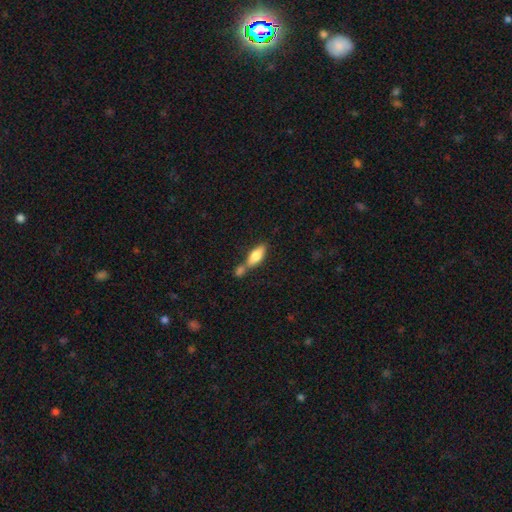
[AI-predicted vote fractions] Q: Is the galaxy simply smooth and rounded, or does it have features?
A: smooth — 72%.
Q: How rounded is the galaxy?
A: in between — 72%.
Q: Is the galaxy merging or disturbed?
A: none — 44%.